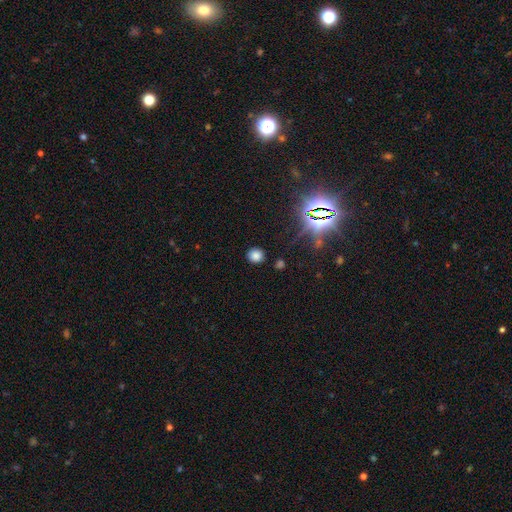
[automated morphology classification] smooth 75%, star or artifact 20%, featured or disk 6%. Down the decision tree: how rounded — round (86%); merging — none (88%).